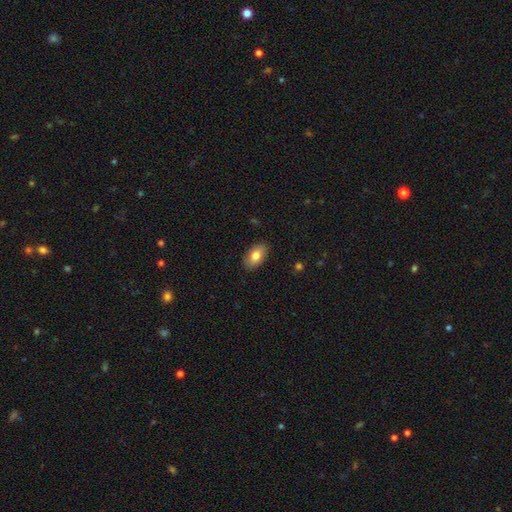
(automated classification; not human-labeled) Overall: smooth (80%). How rounded: in between (92%). Merging: none (87%).